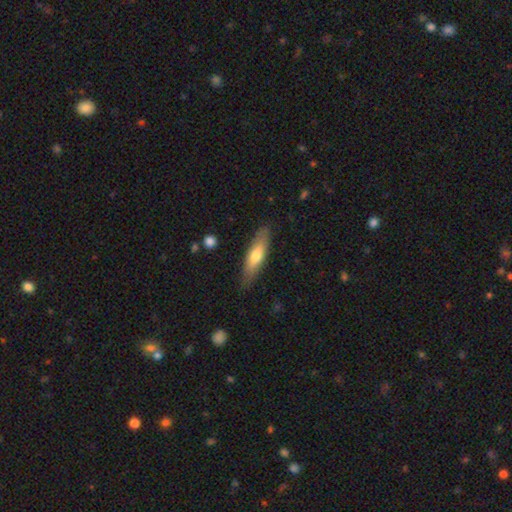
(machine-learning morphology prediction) Smooth or featured? smooth (63%)
How rounded? cigar-shaped (66%)
Merging? none (83%)